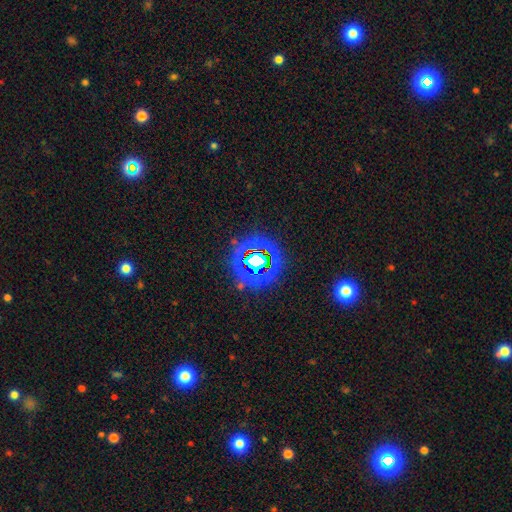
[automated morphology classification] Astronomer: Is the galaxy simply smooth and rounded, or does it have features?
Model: star or artifact — 77%.